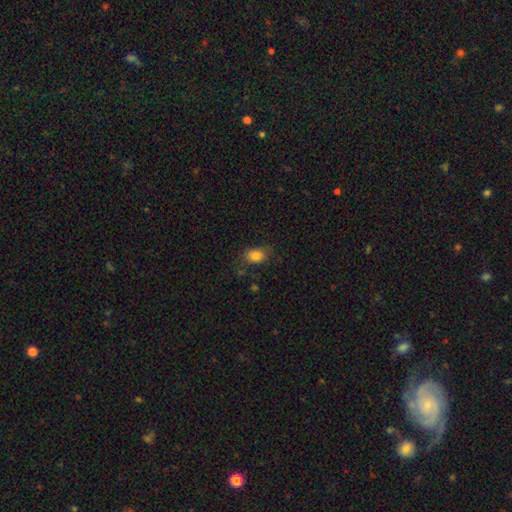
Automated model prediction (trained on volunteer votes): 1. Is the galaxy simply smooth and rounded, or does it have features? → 83% smooth, 10% star or artifact, 7% featured or disk.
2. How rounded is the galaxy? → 70% in between, 29% round, 2% cigar-shaped.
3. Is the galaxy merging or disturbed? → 70% none, 21% minor disturbance, 7% major disturbance, 2% merger.